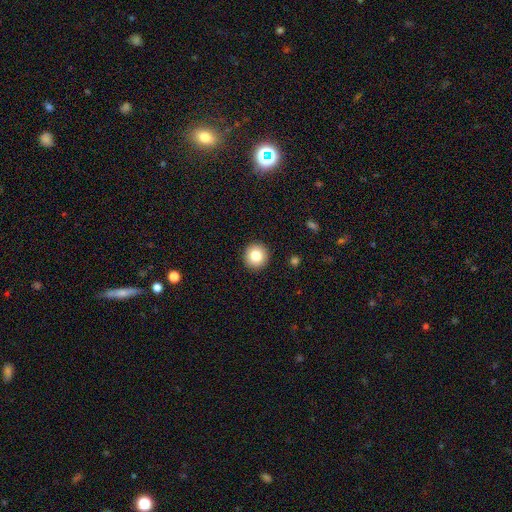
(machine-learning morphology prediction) Smooth or featured? smooth (81%)
How rounded? round (95%)
Merging? none (93%)